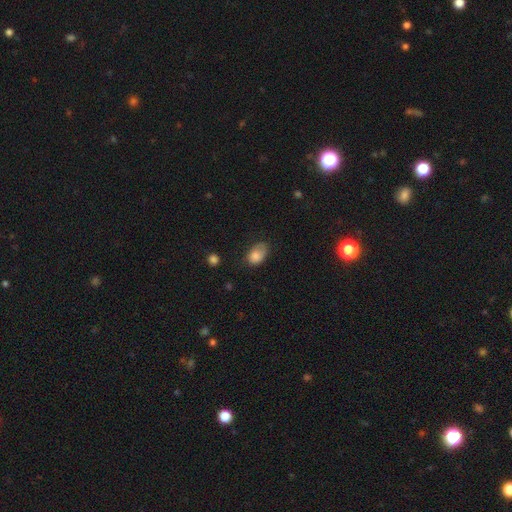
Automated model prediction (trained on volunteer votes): smooth_or_featured: smooth (p=0.82) [alt: featured or disk p=0.10]
how_rounded: in between (p=0.83) [alt: round p=0.16]
merging: none (p=0.50) [alt: minor disturbance p=0.35]